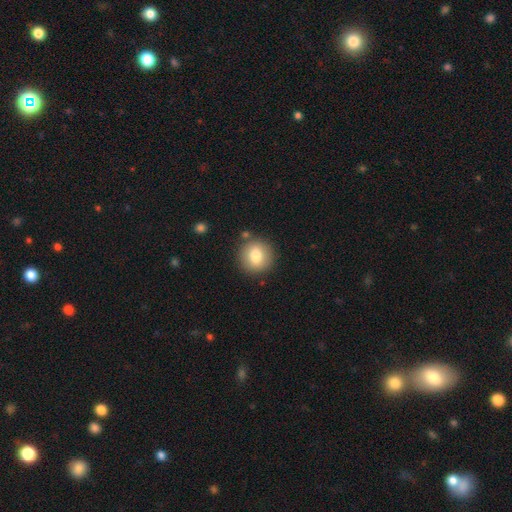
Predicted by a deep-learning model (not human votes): Overall: smooth (81%). How rounded: round (88%). Merging: none (85%).